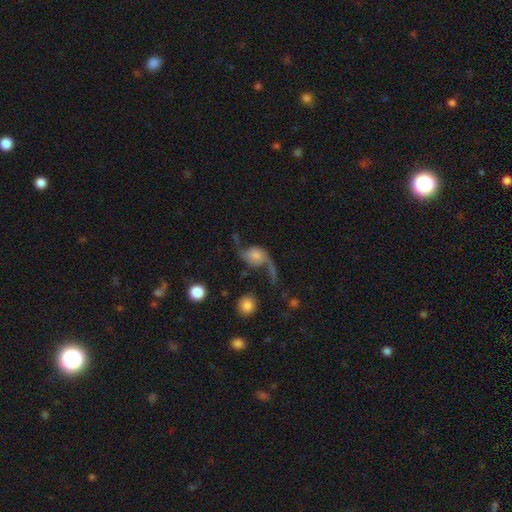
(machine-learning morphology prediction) This is likely a featured or disk galaxy (72%). It is clearly not viewed edge-on (96%). Bar: likely no (69%). Spiral arm pattern: clearly yes (92%). Spiral arm count: clearly 2 (87%). Spiral winding: clearly loose (87%). Central bulge: marginally small (27%). Merging: marginally none (44%).